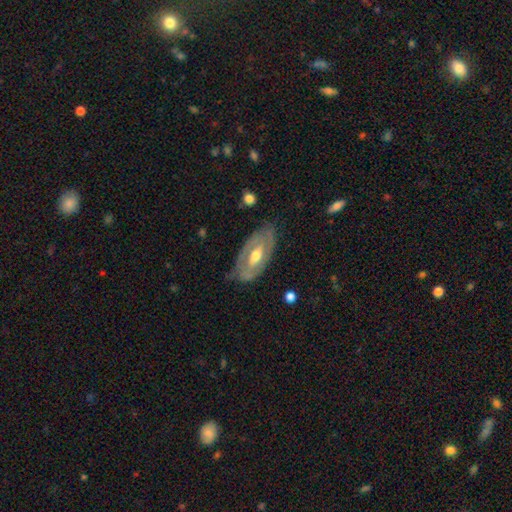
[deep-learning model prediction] Smooth or featured?
  - featured or disk: 69% *
  - smooth: 27%
  - star or artifact: 5%
Edge-on disk?
  - no: 88% *
  - yes: 12%
Bar?
  - no: 45% *
  - weak: 37%
  - strong: 19%
Spiral arms?
  - yes: 55% *
  - no: 45%
Bulge size?
  - moderate: 71% *
  - small: 20%
  - large: 7%
  - none: 1%
  - dominant: 1%
Merging?
  - none: 70% *
  - minor disturbance: 22%
  - major disturbance: 7%
  - merger: 2%